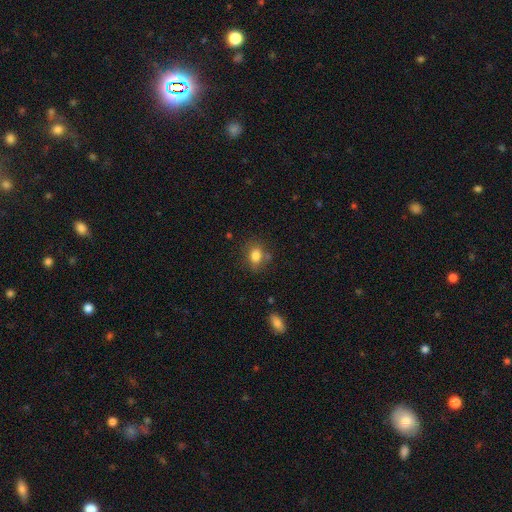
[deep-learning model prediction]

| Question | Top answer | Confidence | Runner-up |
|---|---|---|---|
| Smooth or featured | smooth | 81% | star or artifact (10%) |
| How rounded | in between | 58% | round (41%) |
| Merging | none | 72% | minor disturbance (17%) |